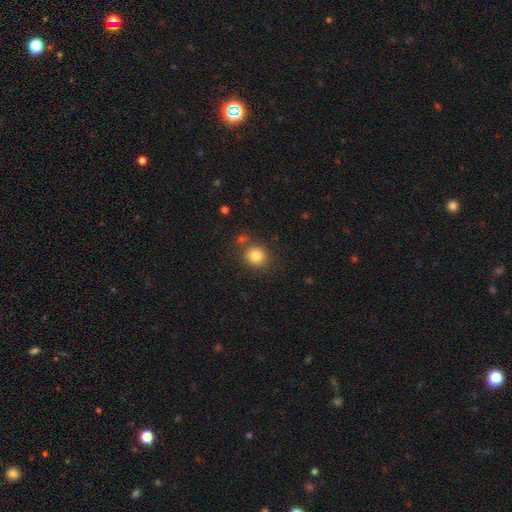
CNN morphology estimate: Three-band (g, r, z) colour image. It shows a smooth galaxy with no disk features (82%) that is round (84%). Merging: none (75%).